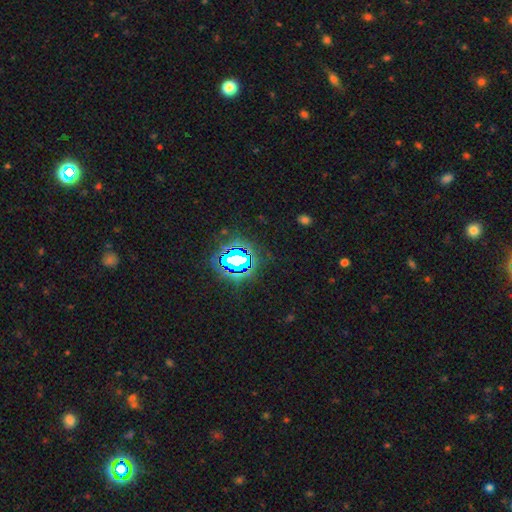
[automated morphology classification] Q: Smooth or featured?
A: star or artifact (79%); runner-up: smooth (14%)